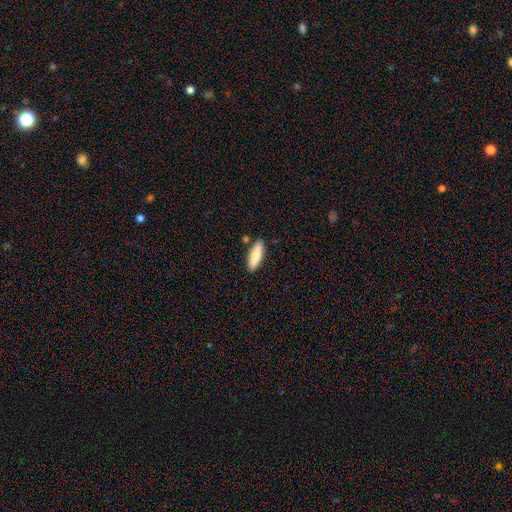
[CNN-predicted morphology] Overall: smooth (83%). How rounded: cigar-shaped (55%; in between 43%). Merging: none (84%).